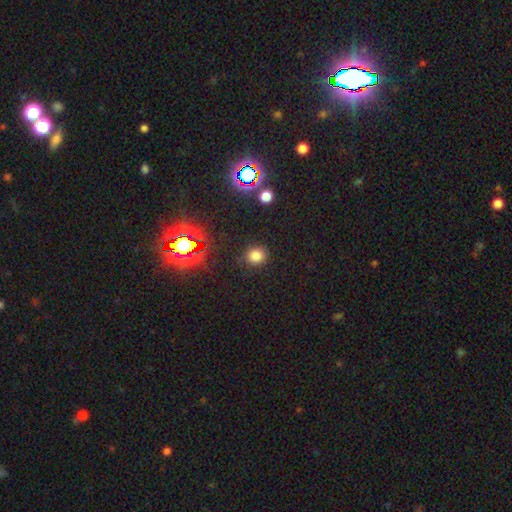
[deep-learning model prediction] This appears to be a smooth galaxy with no disk features (75%) that is round (79%). Merging: none (86%).